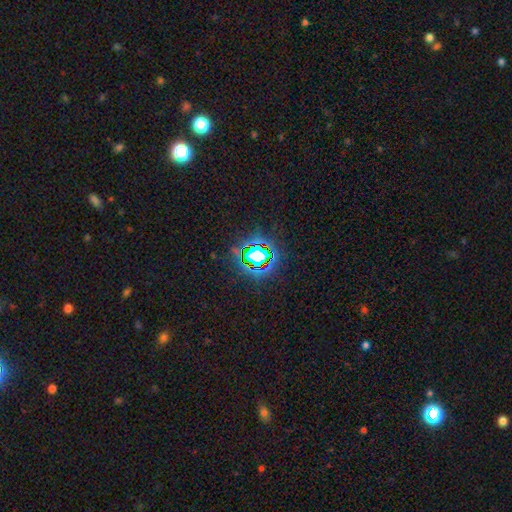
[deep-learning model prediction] Smooth or featured?
  - star or artifact: 72% *
  - smooth: 18%
  - featured or disk: 11%